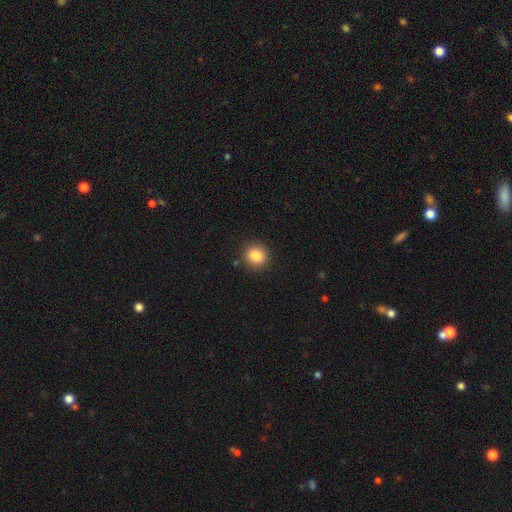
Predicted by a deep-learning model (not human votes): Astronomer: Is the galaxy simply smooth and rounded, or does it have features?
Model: smooth — 85%.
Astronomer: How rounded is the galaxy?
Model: round — 81%.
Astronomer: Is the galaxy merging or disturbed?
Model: none — 89%.